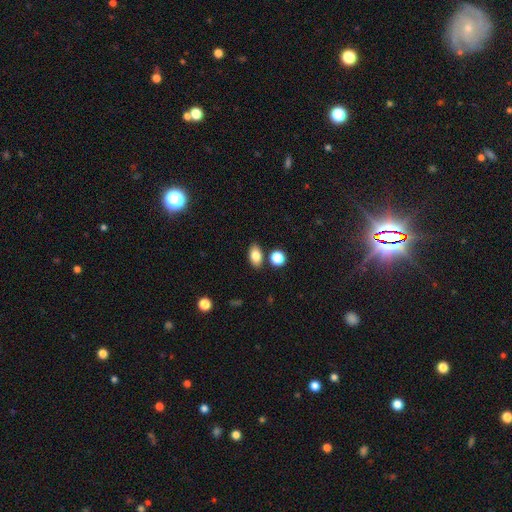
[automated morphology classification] Smooth or featured? smooth (82%)
How rounded? in between (88%)
Merging? none (81%)